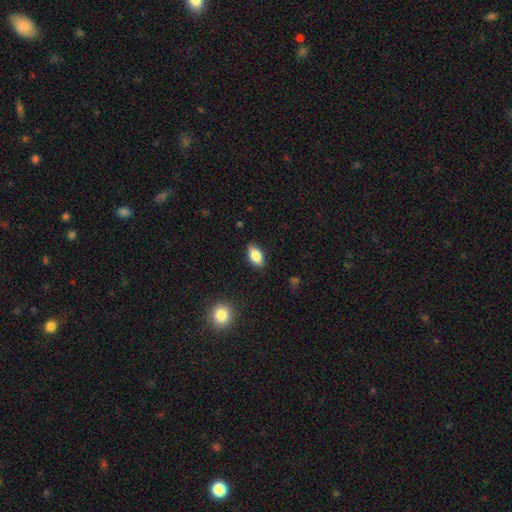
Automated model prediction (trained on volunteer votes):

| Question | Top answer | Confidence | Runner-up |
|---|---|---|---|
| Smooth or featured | smooth | 84% | featured or disk (8%) |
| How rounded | in between | 91% | round (5%) |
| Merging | none | 85% | minor disturbance (11%) |